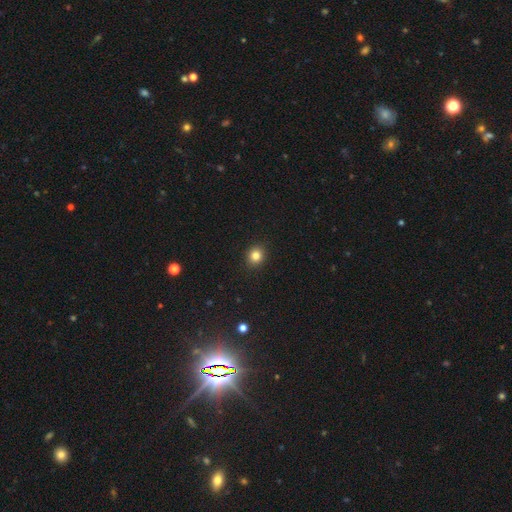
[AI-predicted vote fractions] Smooth or featured? smooth (83%)
How rounded? round (81%)
Merging? none (92%)